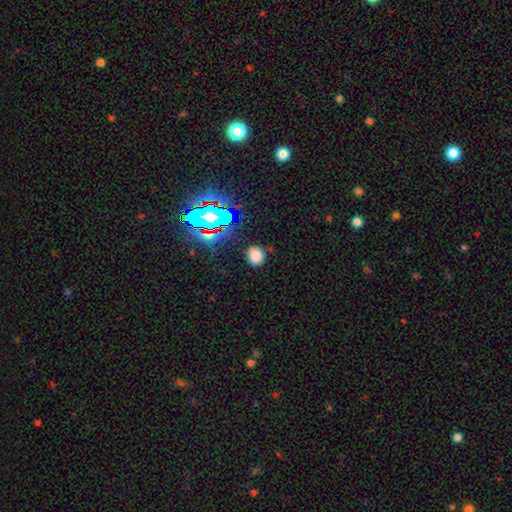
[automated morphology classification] smooth-or-featured: smooth: 74% | star or artifact: 19% | featured or disk: 6%
  how-rounded: round: 62% | in between: 37% | cigar-shaped: 1%
  merging: none: 82% | minor disturbance: 13% | major disturbance: 3% | merger: 2%